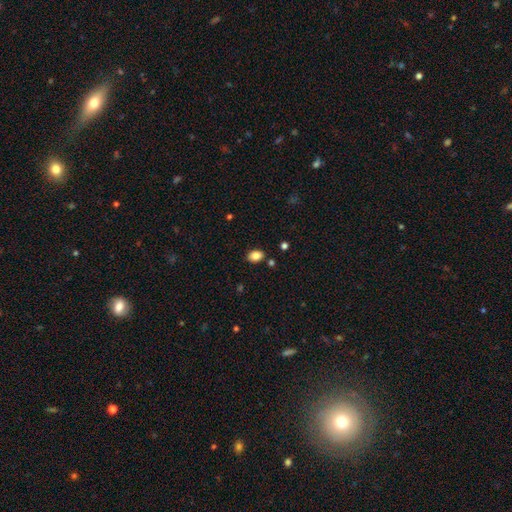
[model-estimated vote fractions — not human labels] Smooth or featured: smooth — 85% (star or artifact — 9%)
How rounded: in between — 76% (round — 23%)
Merging: none — 85% (minor disturbance — 10%)